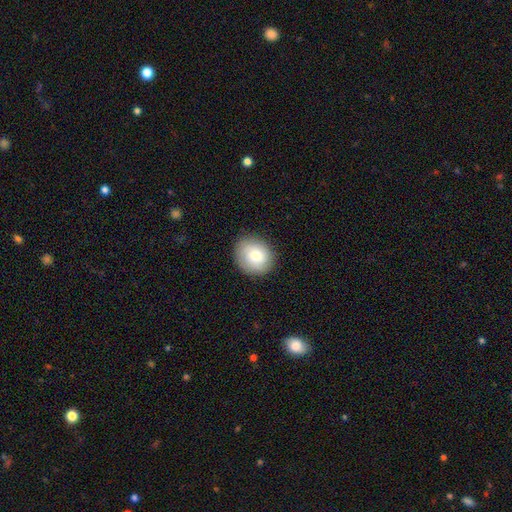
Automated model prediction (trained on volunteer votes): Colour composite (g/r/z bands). It shows a smooth galaxy with no disk features (75%) that is round (74%). Merging: none (86%).